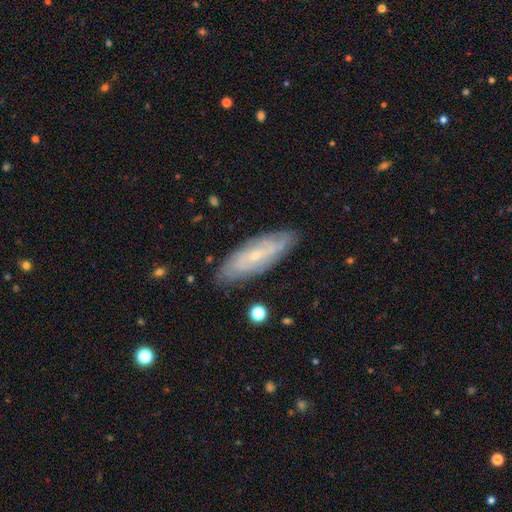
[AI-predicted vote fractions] This appears to be a featured or disk galaxy (71%) with no bar (61%), spiral arms (87%) and a small central bulge (78%). Merging: none (82%).